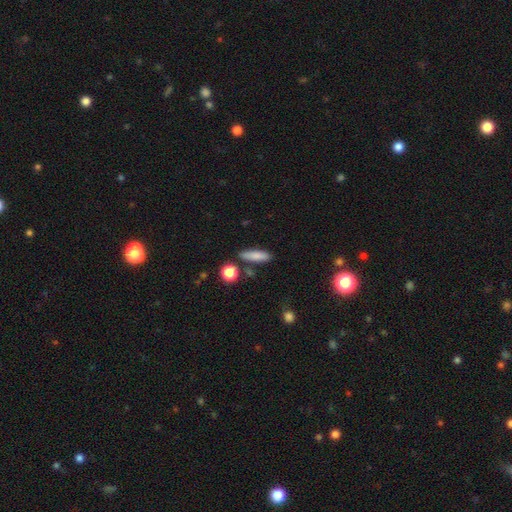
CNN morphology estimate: smooth-or-featured: smooth: 82% | featured or disk: 10% | star or artifact: 8%
  how-rounded: cigar-shaped: 56% | in between: 39% | round: 4%
  merging: none: 79% | minor disturbance: 12% | merger: 6% | major disturbance: 3%